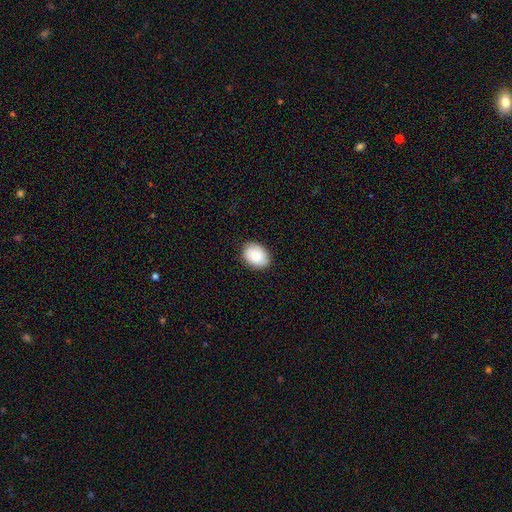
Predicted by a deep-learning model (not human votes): smooth-or-featured: smooth: 83% | featured or disk: 11% | star or artifact: 7%
  how-rounded: in between: 74% | round: 25% | cigar-shaped: 1%
  merging: none: 84% | minor disturbance: 12% | major disturbance: 2% | merger: 1%